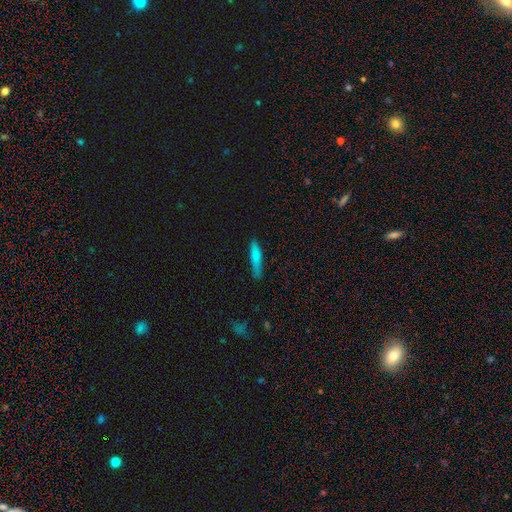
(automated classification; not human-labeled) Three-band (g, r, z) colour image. It shows a smooth galaxy with no disk features (77%) that is cigar-shaped (86%). Merging: none (79%).